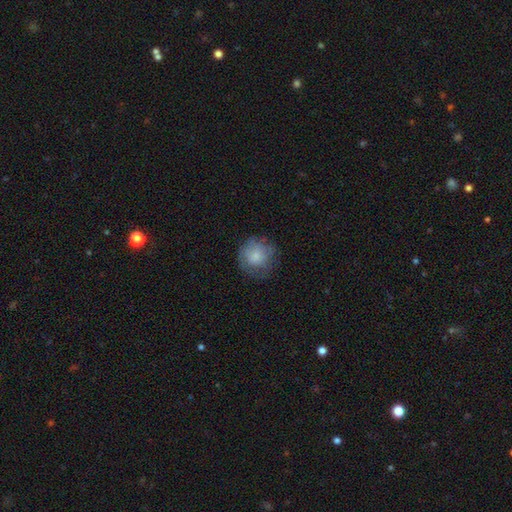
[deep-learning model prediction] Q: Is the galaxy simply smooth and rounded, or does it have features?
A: smooth — 74%.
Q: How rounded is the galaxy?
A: round — 90%.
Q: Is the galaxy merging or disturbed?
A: none — 68%.